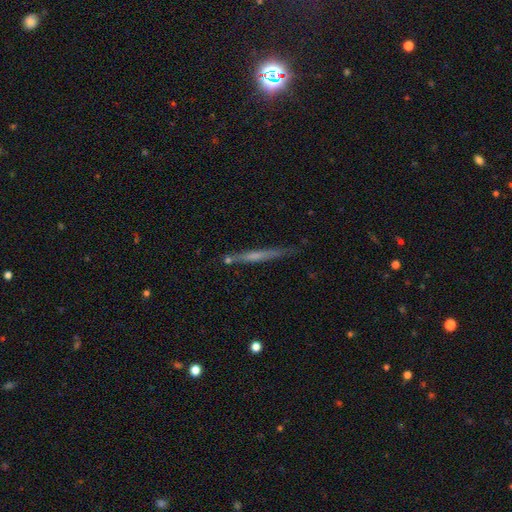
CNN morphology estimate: type=featured or disk (51%); edge-on=yes (95%); merging=none (79%).